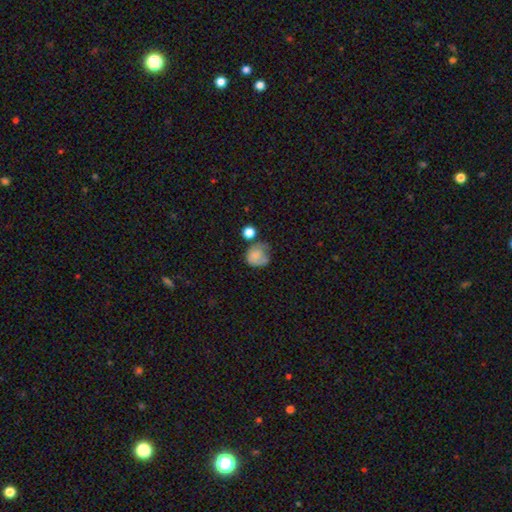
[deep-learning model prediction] Q: Smooth or featured?
A: smooth (72%); runner-up: featured or disk (18%)
Q: How rounded?
A: round (68%); runner-up: in between (31%)
Q: Merging?
A: none (35%); runner-up: minor disturbance (32%)